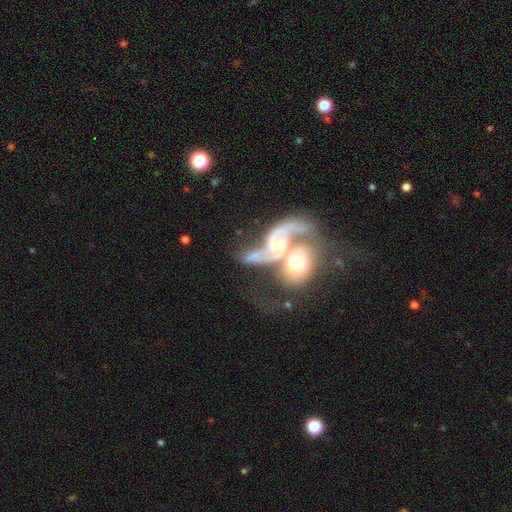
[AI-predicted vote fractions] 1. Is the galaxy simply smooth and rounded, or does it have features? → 79% featured or disk, 14% smooth, 6% star or artifact.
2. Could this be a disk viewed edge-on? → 96% no, 4% yes.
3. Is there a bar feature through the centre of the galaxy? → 57% no, 31% weak, 12% strong.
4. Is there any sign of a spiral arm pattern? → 90% yes, 10% no.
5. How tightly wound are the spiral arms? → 60% loose, 31% medium, 10% tight.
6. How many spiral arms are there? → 84% 2, 6% can't tell, 5% 1, 2% 3, 1% 4, 1% more than 4.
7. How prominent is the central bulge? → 55% moderate, 36% small, 5% large, 3% none, 2% dominant.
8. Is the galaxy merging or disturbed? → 67% merger, 13% none, 12% major disturbance, 8% minor disturbance.